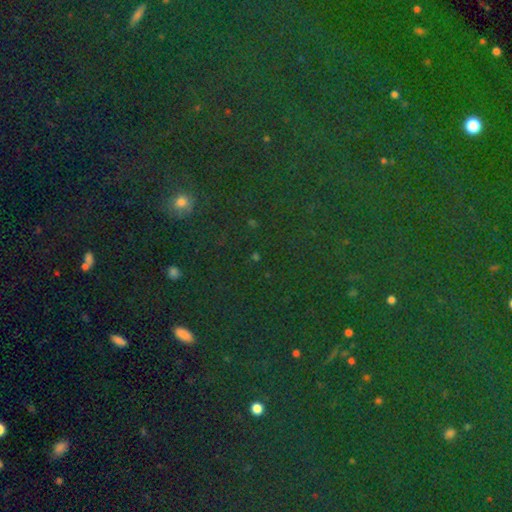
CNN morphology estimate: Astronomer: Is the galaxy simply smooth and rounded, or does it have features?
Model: star or artifact — 78%.